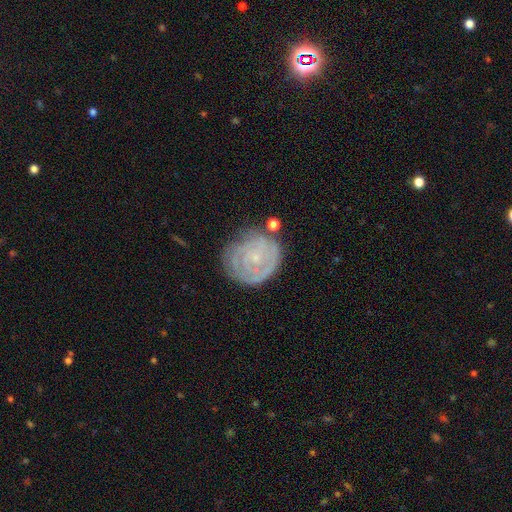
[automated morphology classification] Smooth or featured? featured or disk (75%)
Edge-on disk? no (98%)
Bar? no (79%)
Spiral arms? yes (87%)
Spiral winding? tight (79%)
Spiral arm count? can't tell (43%)
Bulge size? small (82%)
Merging? none (70%)